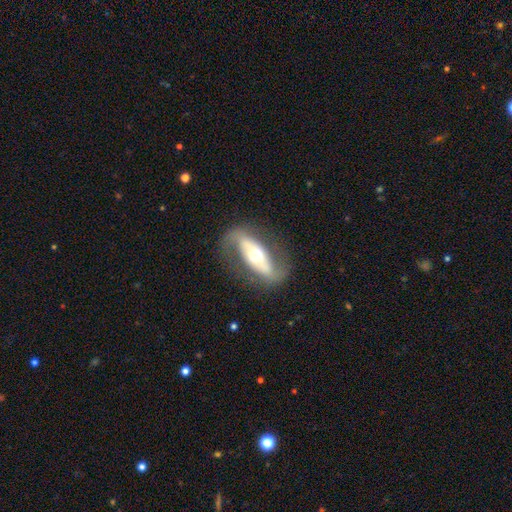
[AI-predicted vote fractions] Smooth or featured?
  - featured or disk: 76% *
  - smooth: 19%
  - star or artifact: 5%
Edge-on disk?
  - no: 87% *
  - yes: 13%
Bar?
  - strong: 43% *
  - no: 36%
  - weak: 21%
Spiral arms?
  - yes: 80% *
  - no: 20%
Spiral winding?
  - loose: 46% *
  - medium: 38%
  - tight: 16%
Spiral arm count?
  - 2: 88% *
  - can't tell: 5%
  - 1: 4%
  - 3: 1%
  - more than 4: 1%
  - 4: 1%
Bulge size?
  - moderate: 67% *
  - small: 17%
  - large: 13%
  - dominant: 2%
  - none: 1%
Merging?
  - none: 74% *
  - minor disturbance: 15%
  - major disturbance: 10%
  - merger: 2%